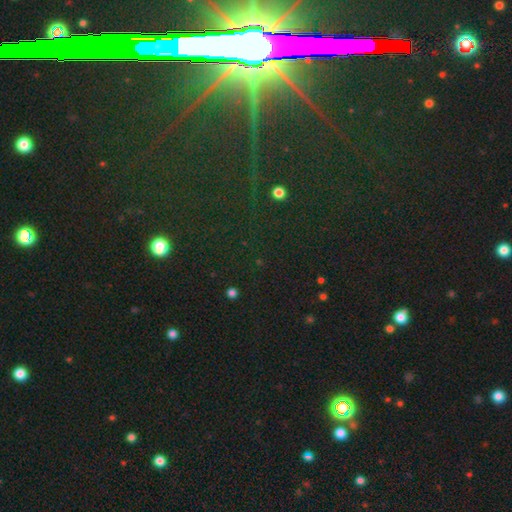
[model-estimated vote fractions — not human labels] Smooth or featured? Predicted: star or artifact (p=0.79).